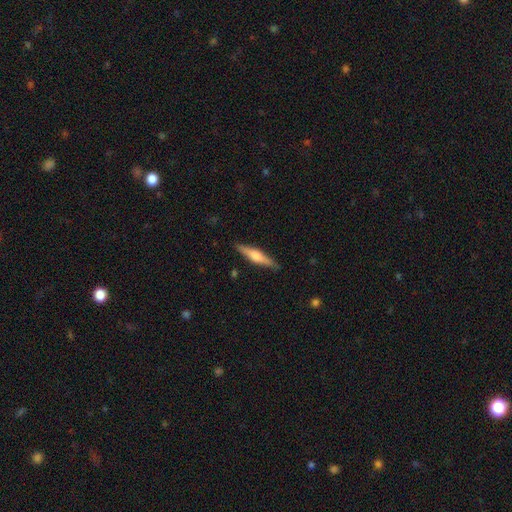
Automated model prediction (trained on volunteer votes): Smooth or featured? Predicted: featured or disk (p=0.58). Edge-on disk? Predicted: yes (p=0.97). Edge-on bulge? Predicted: rounded (p=0.81). Merging? Predicted: none (p=0.89).